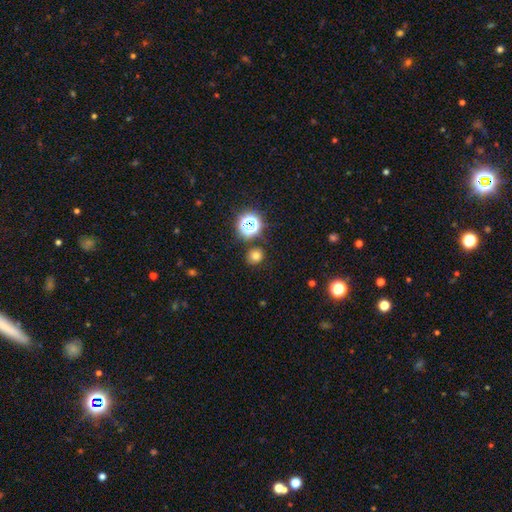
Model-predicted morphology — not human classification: Smooth or featured?
  - smooth: 72% *
  - star or artifact: 21%
  - featured or disk: 7%
How rounded?
  - round: 85% *
  - in between: 14%
  - cigar-shaped: 1%
Merging?
  - none: 85% *
  - minor disturbance: 8%
  - merger: 4%
  - major disturbance: 3%